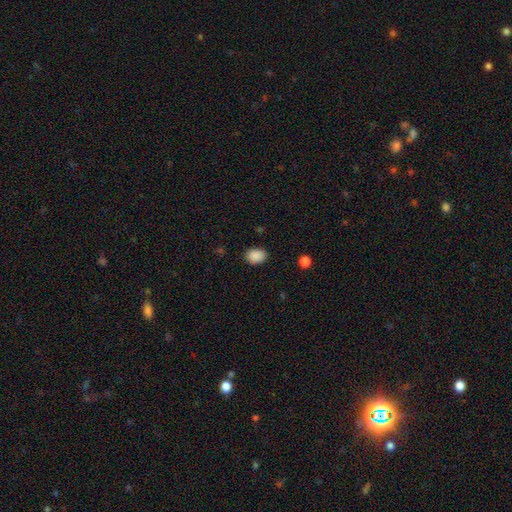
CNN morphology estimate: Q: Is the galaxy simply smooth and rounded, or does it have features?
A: smooth — 89%.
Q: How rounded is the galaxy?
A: in between — 64%.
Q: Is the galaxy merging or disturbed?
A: none — 85%.